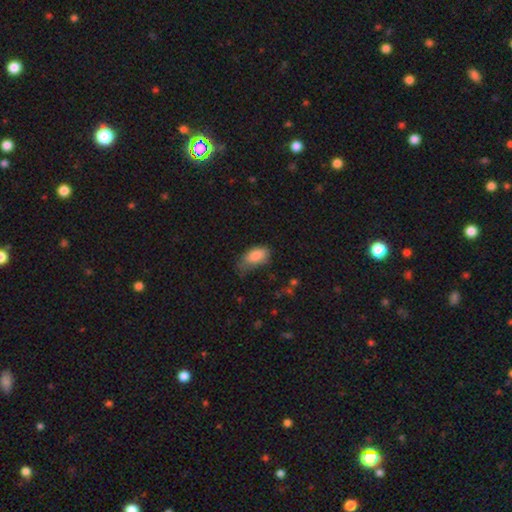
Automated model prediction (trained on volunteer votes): This appears to be a smooth galaxy with no disk features (84%) that is in between round and cigar-shaped (91%). Merging: minor disturbance (42%).